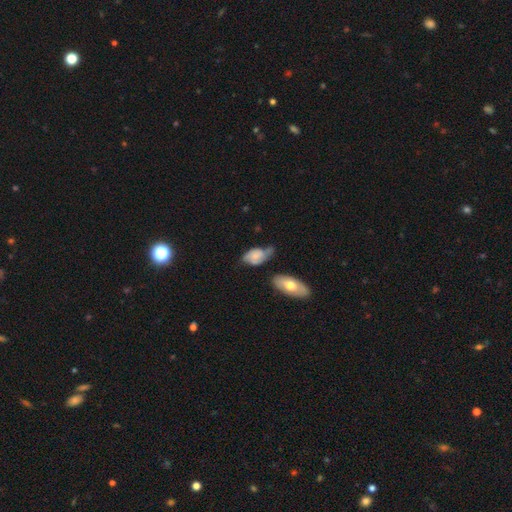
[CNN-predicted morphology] type=smooth (53%); roundness=in between (90%); merging=minor disturbance (36%).